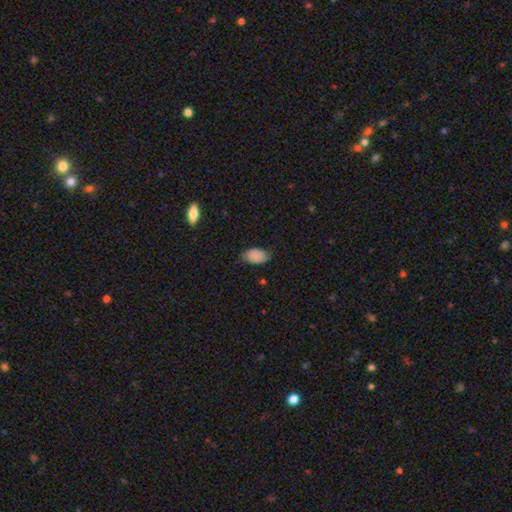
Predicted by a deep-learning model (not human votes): Q: Smooth or featured?
A: smooth (84%); runner-up: featured or disk (8%)
Q: How rounded?
A: in between (93%); runner-up: round (6%)
Q: Merging?
A: none (67%); runner-up: minor disturbance (27%)